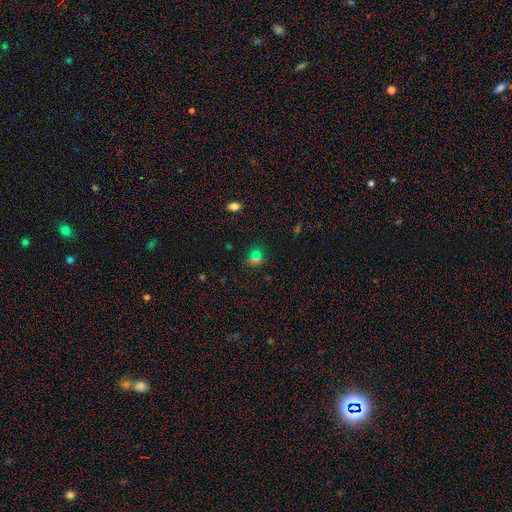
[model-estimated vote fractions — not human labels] Overall: smooth (53%; star or artifact 36%). How rounded: round (77%). Merging: none (70%).